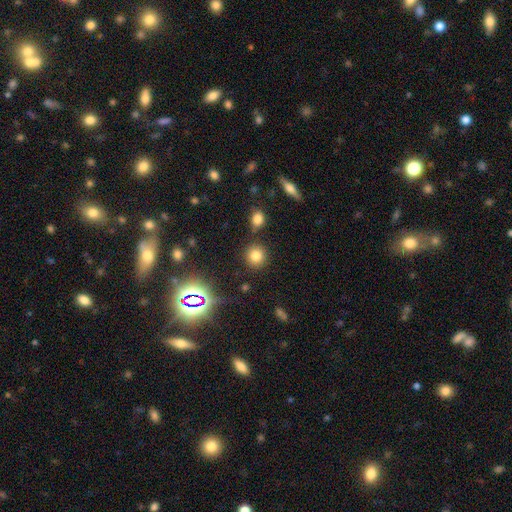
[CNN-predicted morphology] A smooth galaxy with no disk features (78%) that is round (89%).

Vote fractions:
- Smooth or featured? smooth: 78% / star or artifact: 16% / featured or disk: 7%
- How rounded? round: 89% / in between: 10% / cigar-shaped: 1%
- Merging? none: 83% / minor disturbance: 8% / merger: 7% / major disturbance: 3%